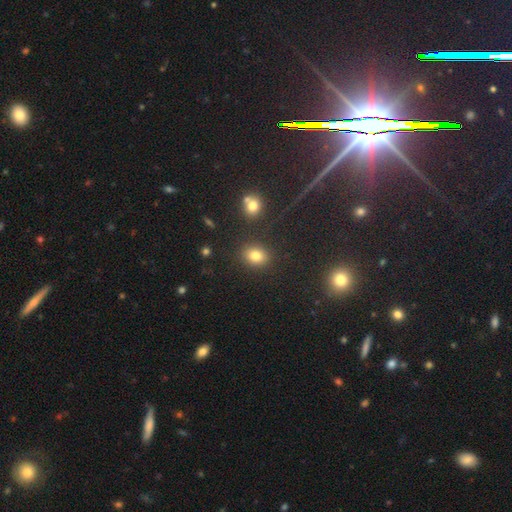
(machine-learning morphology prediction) Smooth or featured? smooth (80%)
How rounded? round (57%)
Merging? none (84%)